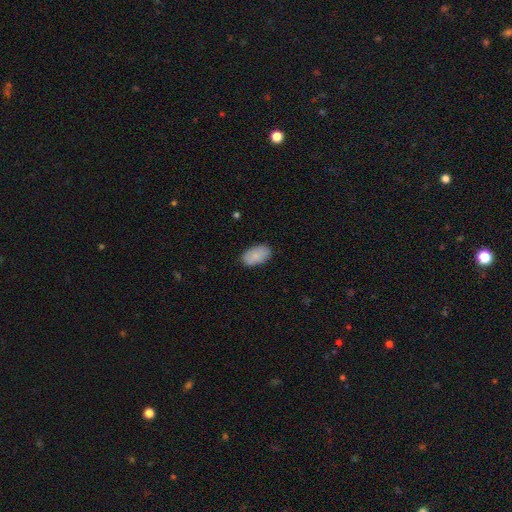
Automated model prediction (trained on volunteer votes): Morphology: type=smooth (87%); roundness=in between (94%); merging=none (84%).